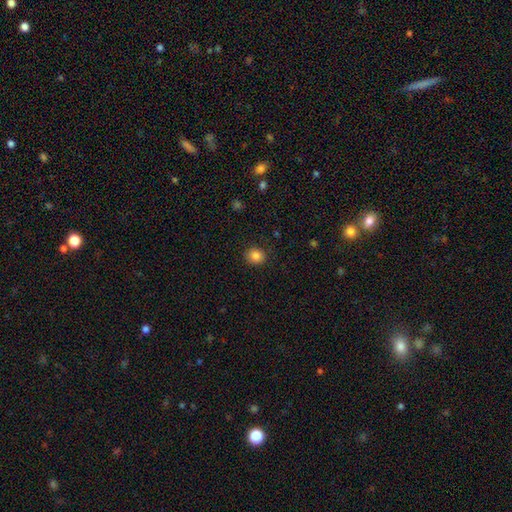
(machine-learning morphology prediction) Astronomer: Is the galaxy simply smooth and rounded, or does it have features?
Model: smooth — 85%.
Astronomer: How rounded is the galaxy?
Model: round — 79%.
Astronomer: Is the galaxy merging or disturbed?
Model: none — 88%.